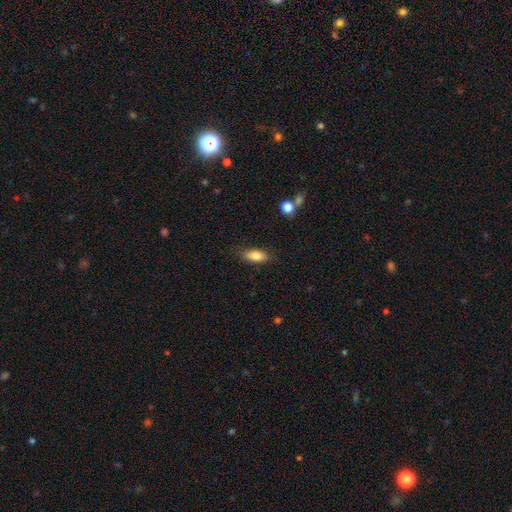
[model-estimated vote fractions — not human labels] Smooth or featured?
  - smooth: 80% *
  - featured or disk: 13%
  - star or artifact: 7%
How rounded?
  - in between: 76% *
  - cigar-shaped: 21%
  - round: 3%
Merging?
  - none: 83% *
  - minor disturbance: 12%
  - major disturbance: 3%
  - merger: 2%